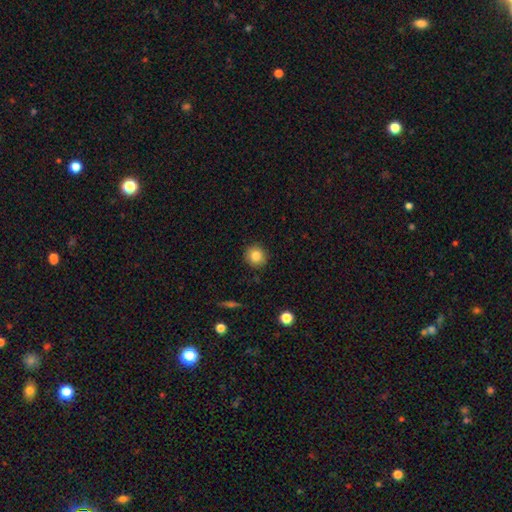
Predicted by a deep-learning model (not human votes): Smooth or featured? Predicted: smooth (p=0.84). How rounded? Predicted: round (p=0.89). Merging? Predicted: none (p=0.90).